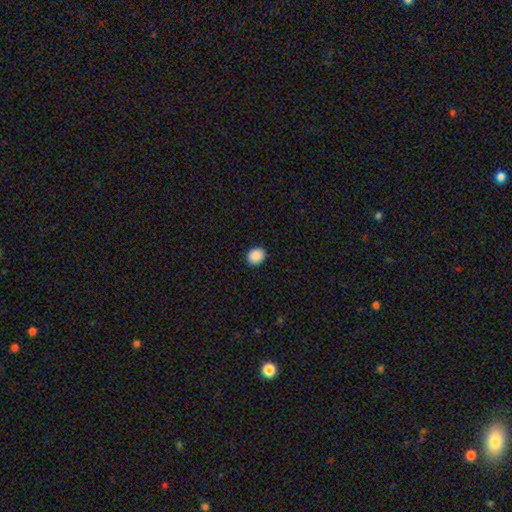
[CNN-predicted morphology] type=smooth (90%); roundness=round (59%); merging=none (90%).